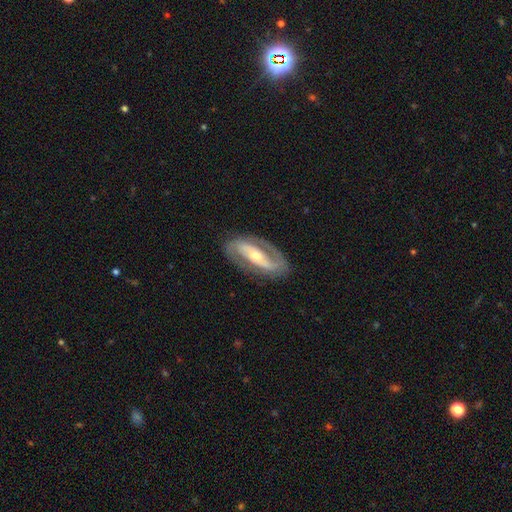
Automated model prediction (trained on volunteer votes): smooth_or_featured: featured or disk (p=0.87) [alt: smooth p=0.09]
disk_edge_on: no (p=0.93) [alt: yes p=0.07]
bar: strong (p=0.52) [alt: weak p=0.25]
has_spiral_arms: yes (p=0.91) [alt: no p=0.09]
spiral_winding: medium (p=0.45) [alt: tight p=0.34]
spiral_arm_count: 2 (p=0.89) [alt: can't tell p=0.05]
bulge_size: moderate (p=0.52) [alt: small p=0.43]
merging: none (p=0.83) [alt: minor disturbance p=0.11]